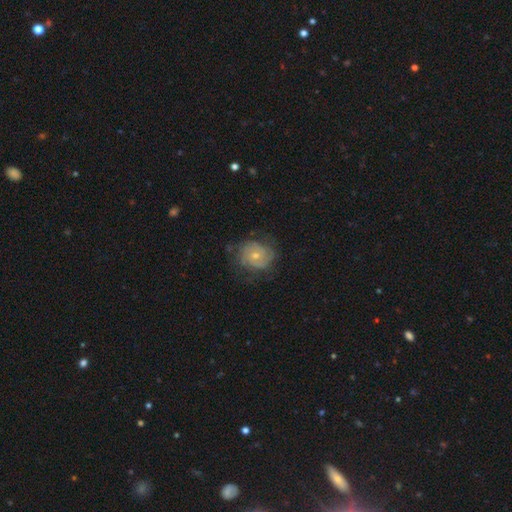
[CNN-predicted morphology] This appears to be a featured or disk galaxy (58%) with no bar (78%), spiral arms (80%) and a small central bulge (55%). Merging: none (65%).